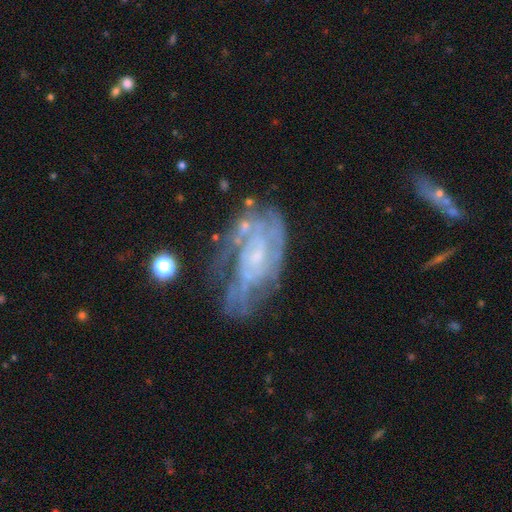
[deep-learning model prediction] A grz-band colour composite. It shows a featured or disk galaxy (79%) with no bar (62%), tight (52%) spiral arms (79%) and a small central bulge (59%). Merging: none (48%).